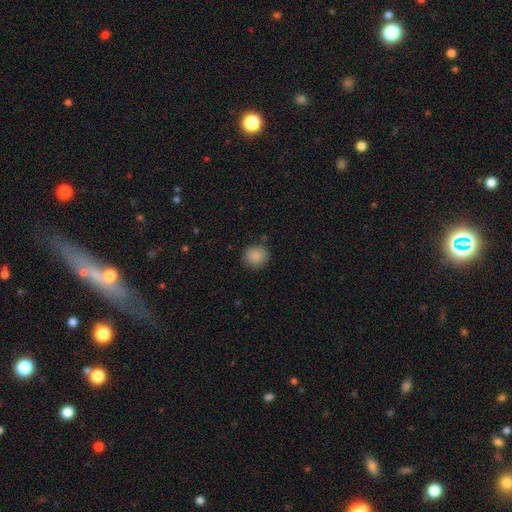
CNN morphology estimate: Smooth or featured: smooth — 87% (star or artifact — 9%)
How rounded: round — 87% (in between — 12%)
Merging: none — 85% (minor disturbance — 10%)